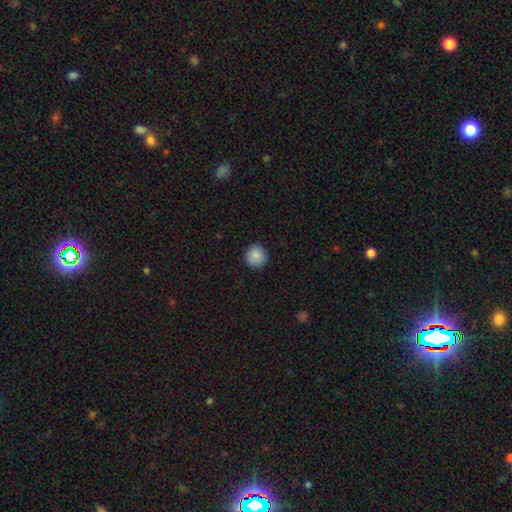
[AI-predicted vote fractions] smooth-or-featured: smooth: 88% | star or artifact: 8% | featured or disk: 3%
  how-rounded: round: 94% | in between: 5% | cigar-shaped: 1%
  merging: none: 91% | minor disturbance: 6% | major disturbance: 2% | merger: 1%